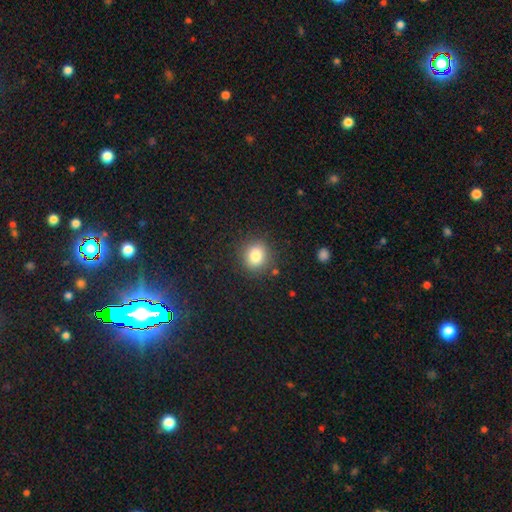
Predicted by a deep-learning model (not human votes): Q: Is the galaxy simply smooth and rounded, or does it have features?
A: smooth — 82%.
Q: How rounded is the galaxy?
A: round — 80%.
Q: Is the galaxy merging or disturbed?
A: none — 86%.